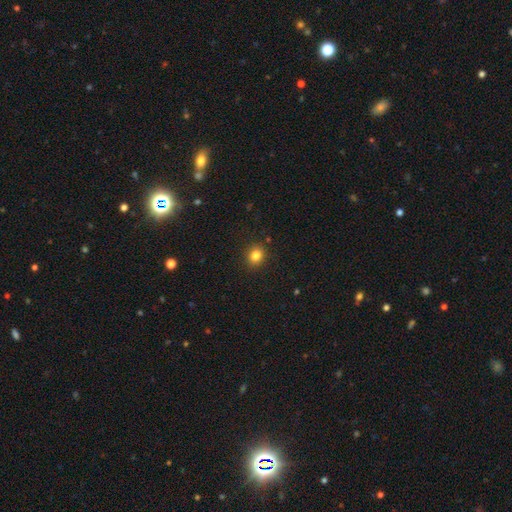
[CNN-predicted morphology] smooth_or_featured: smooth (p=0.82) [alt: star or artifact p=0.12]
how_rounded: round (p=0.71) [alt: in between p=0.28]
merging: none (p=0.90) [alt: minor disturbance p=0.07]